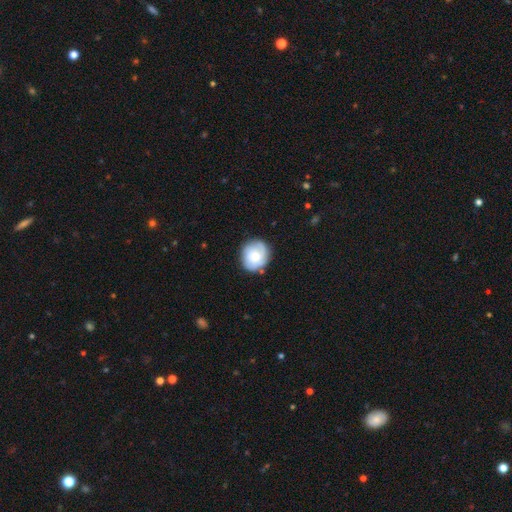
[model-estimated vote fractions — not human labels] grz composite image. It shows a smooth galaxy with no disk features (51%) that is round (79%). Merging: none (77%).